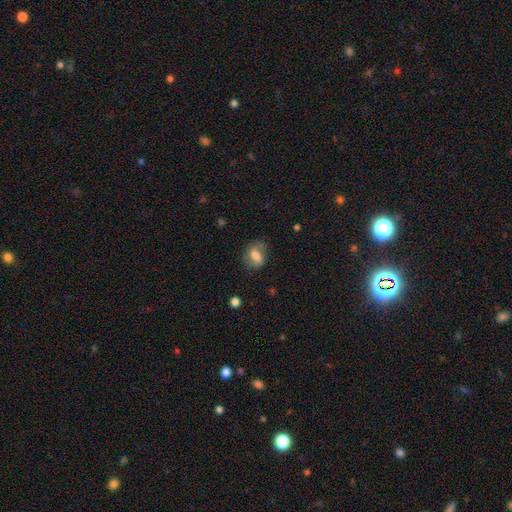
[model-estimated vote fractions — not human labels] smooth-or-featured: smooth: 60% | featured or disk: 31% | star or artifact: 9%
  how-rounded: in between: 71% | round: 25% | cigar-shaped: 4%
  merging: none: 55% | minor disturbance: 27% | major disturbance: 16% | merger: 2%